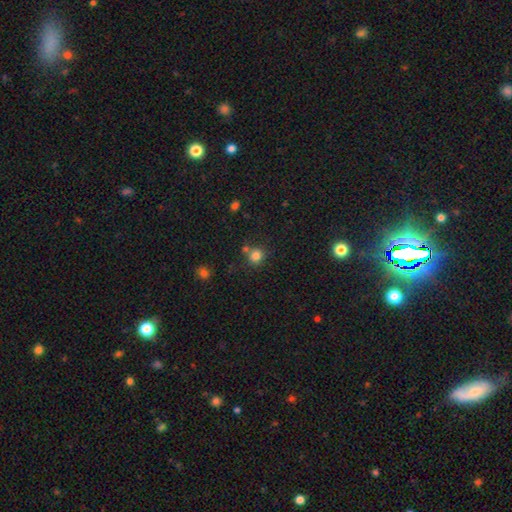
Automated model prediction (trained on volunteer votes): Smooth or featured: smooth — 81% (star or artifact — 14%)
How rounded: round — 87% (in between — 12%)
Merging: none — 68% (merger — 18%)